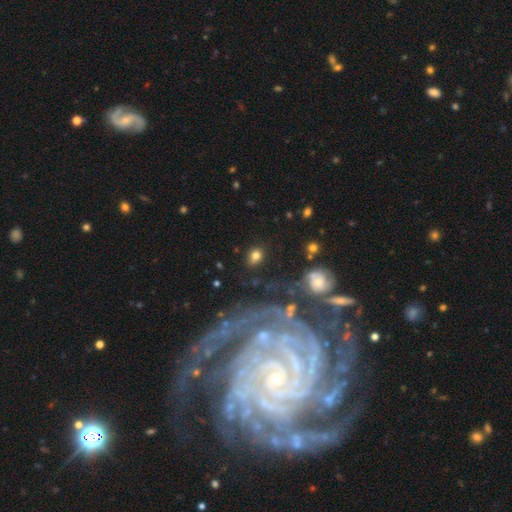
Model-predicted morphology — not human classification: Q: Smooth or featured?
A: smooth (75%); runner-up: star or artifact (13%)
Q: How rounded?
A: round (52%); runner-up: in between (46%)
Q: Merging?
A: none (79%); runner-up: minor disturbance (12%)